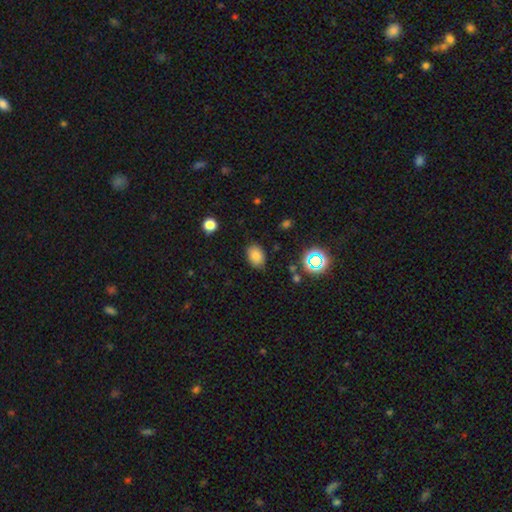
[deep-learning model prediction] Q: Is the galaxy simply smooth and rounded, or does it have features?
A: smooth — 81%.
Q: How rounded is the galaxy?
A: in between — 78%.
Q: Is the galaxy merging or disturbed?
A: none — 82%.